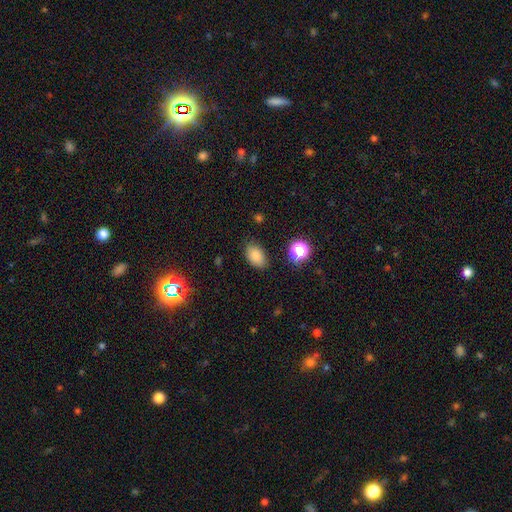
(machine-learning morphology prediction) This is clearly a smooth galaxy (81%). How rounded: clearly in between (86%). Merging: clearly none (80%).